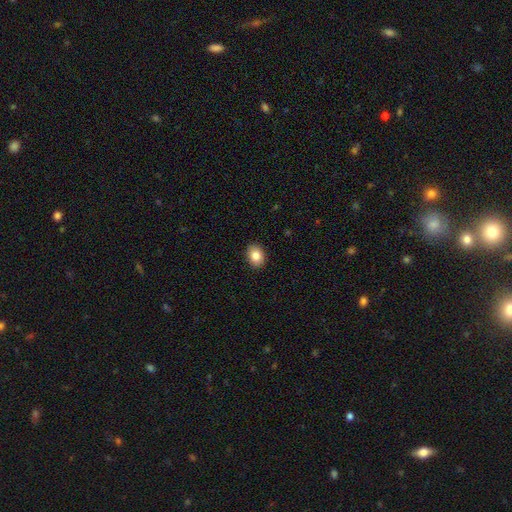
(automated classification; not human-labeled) This is clearly a smooth galaxy (85%). How rounded: likely in between (64%). Merging: clearly none (90%).